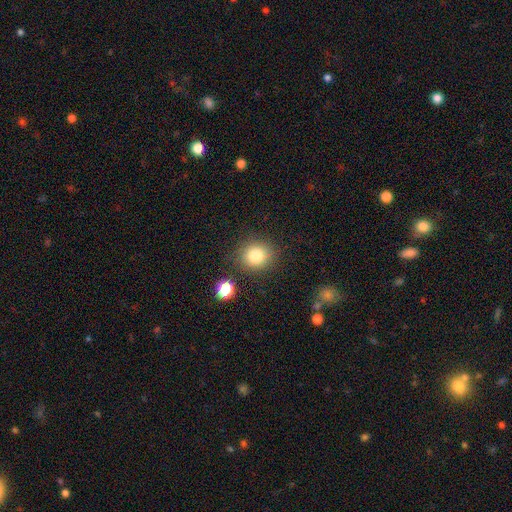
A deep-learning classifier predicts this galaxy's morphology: Smooth or featured? smooth (81%)
How rounded? round (80%)
Merging? none (83%)